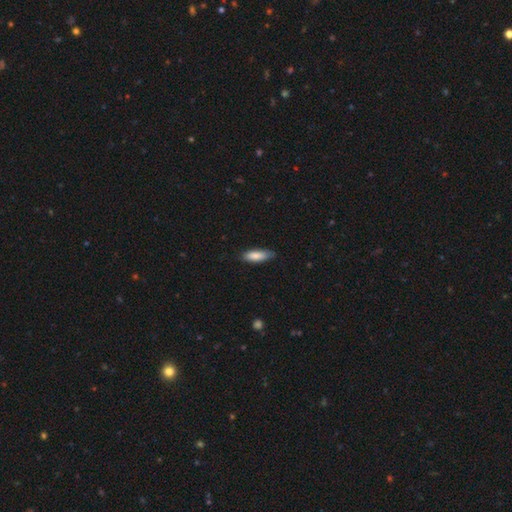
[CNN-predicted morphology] Smooth or featured? smooth (85%)
How rounded? in between (55%)
Merging? none (77%)